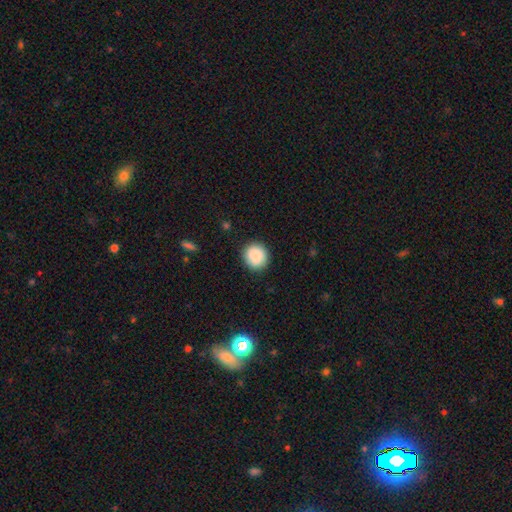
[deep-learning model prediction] The model was most divided on "how rounded": round: 88%, in between: 11%, cigar-shaped: 1%. More confident: merging — none (89%); smooth or featured — smooth (89%).